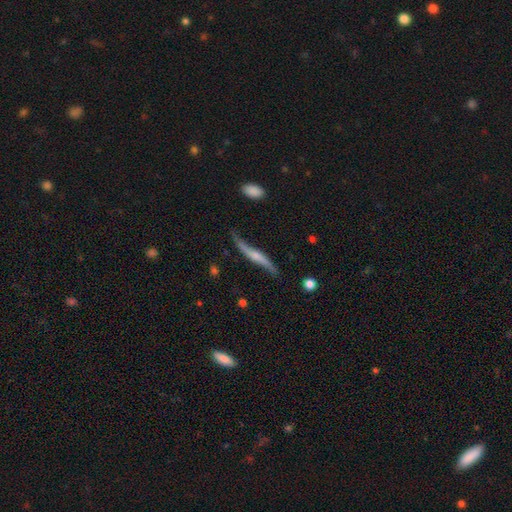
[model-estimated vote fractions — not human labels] A featured or disk galaxy (75%) viewed edge-on (63%).

Vote fractions:
- Smooth or featured? featured or disk: 75% / smooth: 19% / star or artifact: 6%
- Edge-on disk? yes: 63% / no: 37%
- Merging? none: 61% / minor disturbance: 27% / major disturbance: 9% / merger: 3%